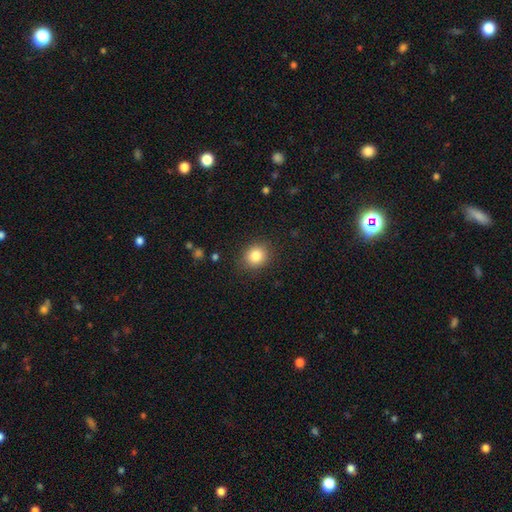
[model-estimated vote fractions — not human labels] A smooth galaxy with no disk features (84%) that is round (75%).

Vote fractions:
- Smooth or featured? smooth: 84% / star or artifact: 10% / featured or disk: 6%
- How rounded? round: 75% / in between: 24% / cigar-shaped: 1%
- Merging? none: 87% / minor disturbance: 9% / major disturbance: 3% / merger: 1%